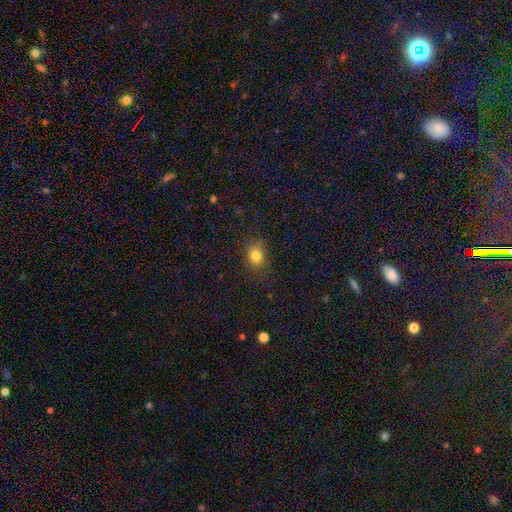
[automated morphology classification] Overall: smooth (80%). How rounded: in between (59%; round 40%). Merging: none (77%).